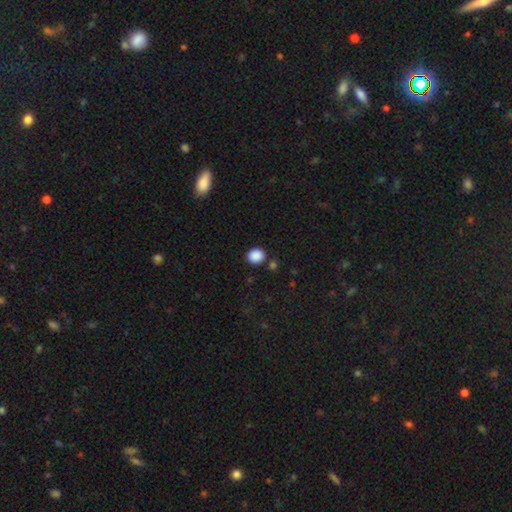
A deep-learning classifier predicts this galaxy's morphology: The model was most divided on "how rounded": round: 72%, in between: 28%, cigar-shaped: 1%. More confident: smooth or featured — smooth (88%); merging — none (84%).